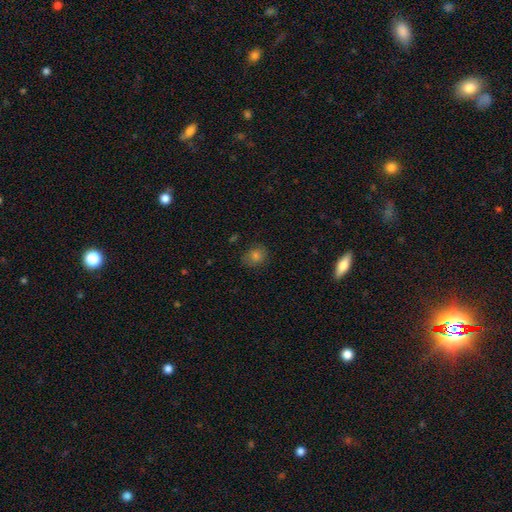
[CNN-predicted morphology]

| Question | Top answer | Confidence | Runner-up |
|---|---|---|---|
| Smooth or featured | smooth | 74% | star or artifact (16%) |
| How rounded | round | 67% | in between (32%) |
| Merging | none | 79% | minor disturbance (16%) |